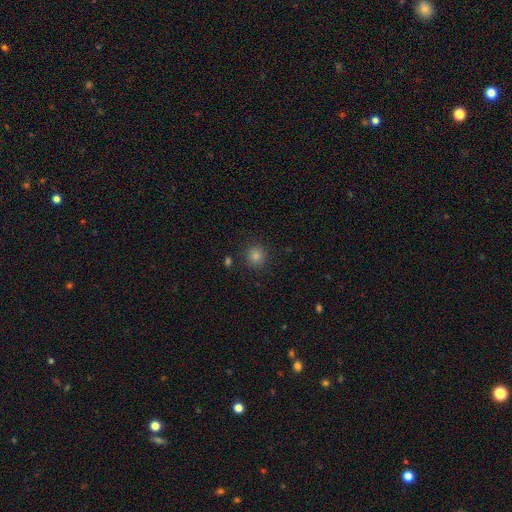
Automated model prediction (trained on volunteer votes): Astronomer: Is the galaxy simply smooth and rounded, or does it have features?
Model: smooth — 78%.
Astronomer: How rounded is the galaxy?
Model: round — 93%.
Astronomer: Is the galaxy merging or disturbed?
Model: none — 89%.